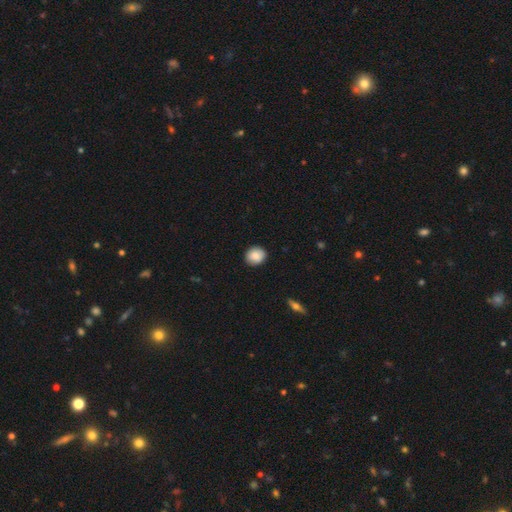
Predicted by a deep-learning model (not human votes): smooth-or-featured: smooth: 86% | star or artifact: 8% | featured or disk: 7%
  how-rounded: round: 76% | in between: 23% | cigar-shaped: 1%
  merging: none: 89% | minor disturbance: 8% | major disturbance: 2% | merger: 1%